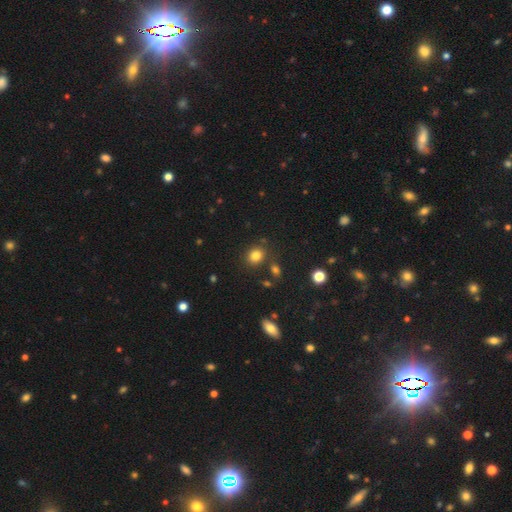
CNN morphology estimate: A smooth galaxy with no disk features (82%) that is round (64%).

Vote fractions:
- Smooth or featured? smooth: 82% / star or artifact: 12% / featured or disk: 6%
- How rounded? round: 64% / in between: 35% / cigar-shaped: 1%
- Merging? none: 81% / minor disturbance: 10% / merger: 6% / major disturbance: 4%